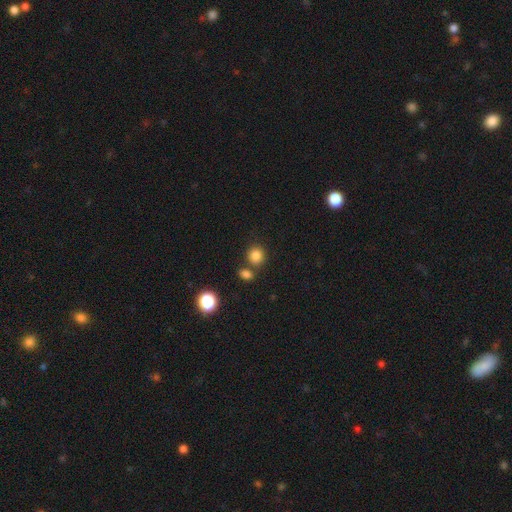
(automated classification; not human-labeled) The model was most divided on "merging": none: 67%, merger: 20%, minor disturbance: 10%, major disturbance: 3%. More confident: smooth or featured — smooth (83%); how rounded — round (80%).